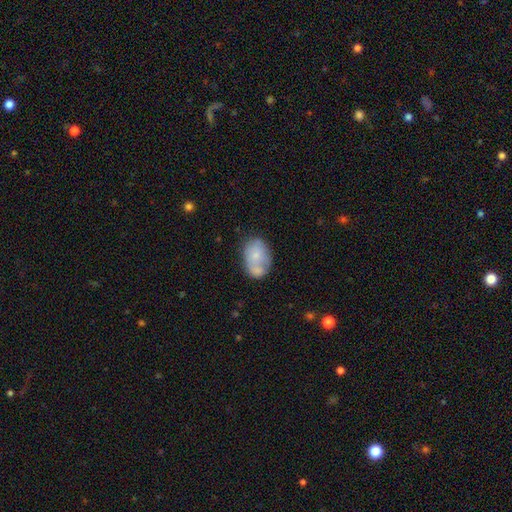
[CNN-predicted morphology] smooth 63%, featured or disk 30%, star or artifact 7%. Down the decision tree: how rounded — in between (78%); merging — none (41%).